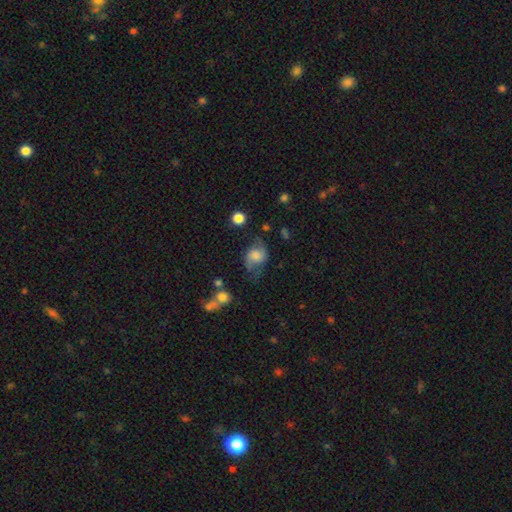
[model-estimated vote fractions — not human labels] Morphology: type=smooth (58%); roundness=in between (56%); merging=none (47%).